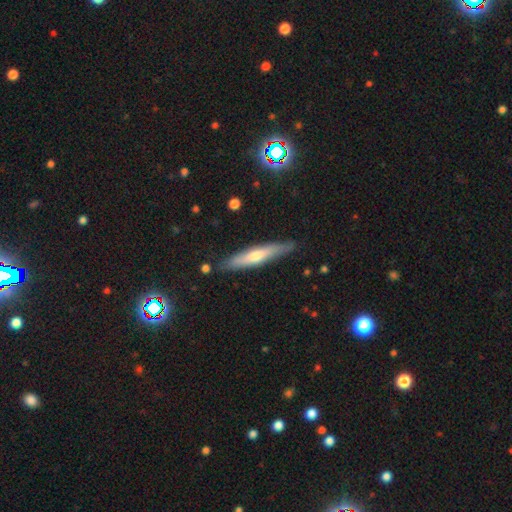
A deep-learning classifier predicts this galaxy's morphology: type=smooth (49%); merging=none (84%).